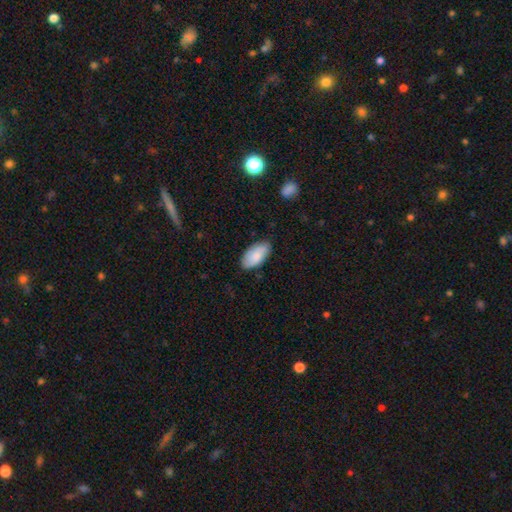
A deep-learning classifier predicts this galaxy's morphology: This appears to be a smooth galaxy with no disk features (83%) that is in between round and cigar-shaped (94%). Merging: none (81%).